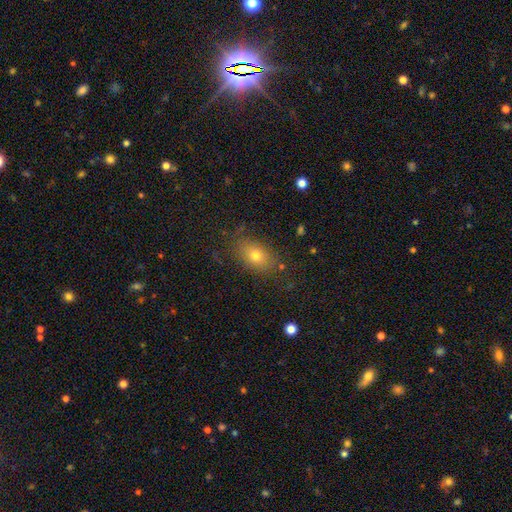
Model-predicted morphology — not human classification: Overall: smooth (72%). How rounded: in between (79%). Merging: none (79%).